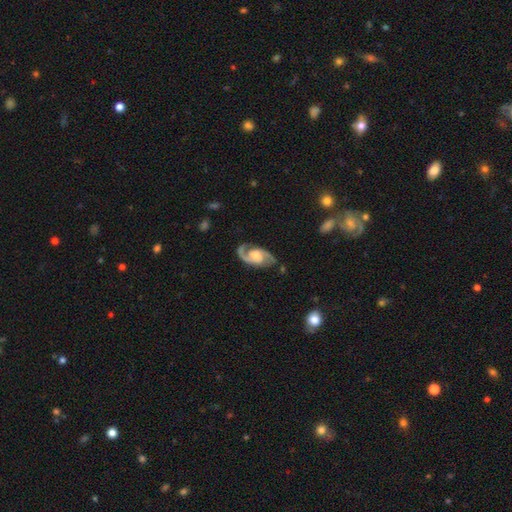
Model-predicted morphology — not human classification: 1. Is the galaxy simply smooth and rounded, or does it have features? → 91% featured or disk, 5% smooth, 4% star or artifact.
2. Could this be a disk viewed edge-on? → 97% no, 3% yes.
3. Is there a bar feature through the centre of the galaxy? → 55% no, 36% weak, 9% strong.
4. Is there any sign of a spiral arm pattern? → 98% yes, 2% no.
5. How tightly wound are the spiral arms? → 58% medium, 23% tight, 18% loose.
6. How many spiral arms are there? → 93% 2, 2% can't tell, 2% 1, 1% 3, 1% 4, 1% more than 4.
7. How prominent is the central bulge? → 52% moderate, 29% small, 11% large, 7% none, 2% dominant.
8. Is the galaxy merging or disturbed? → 79% none, 14% minor disturbance, 5% major disturbance, 2% merger.